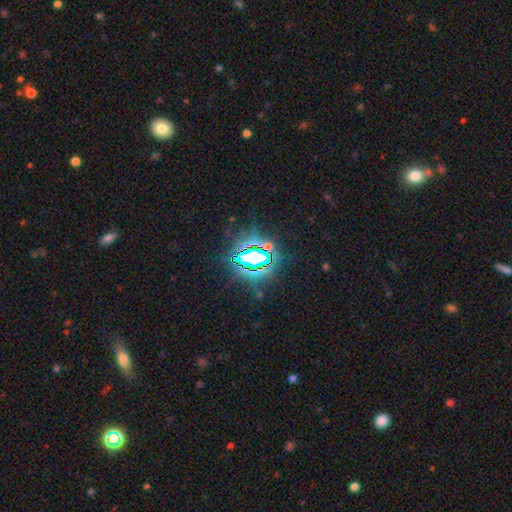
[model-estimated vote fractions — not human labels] The model was most divided on "smooth or featured": star or artifact: 80%, smooth: 10%, featured or disk: 9%.